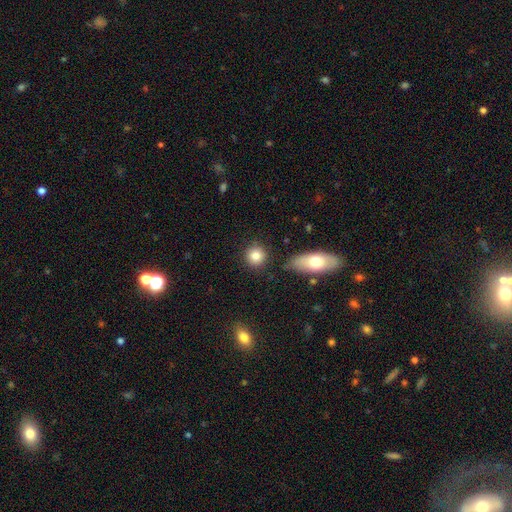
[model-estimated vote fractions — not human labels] Smooth or featured? smooth (83%)
How rounded? round (90%)
Merging? none (84%)